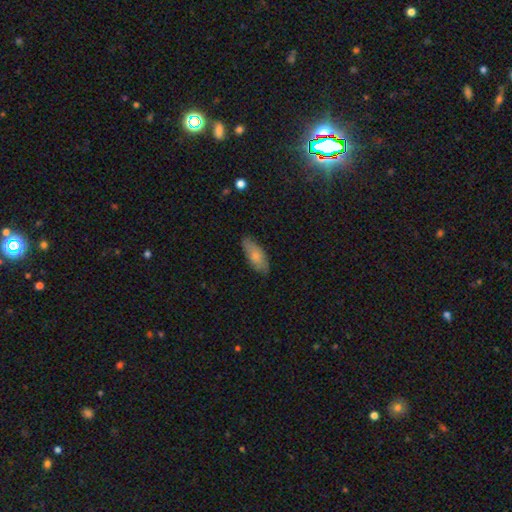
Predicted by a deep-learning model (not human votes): smooth-or-featured: smooth: 77% | featured or disk: 18% | star or artifact: 6%
  how-rounded: in between: 81% | cigar-shaped: 17% | round: 2%
  merging: none: 80% | minor disturbance: 16% | major disturbance: 3% | merger: 1%